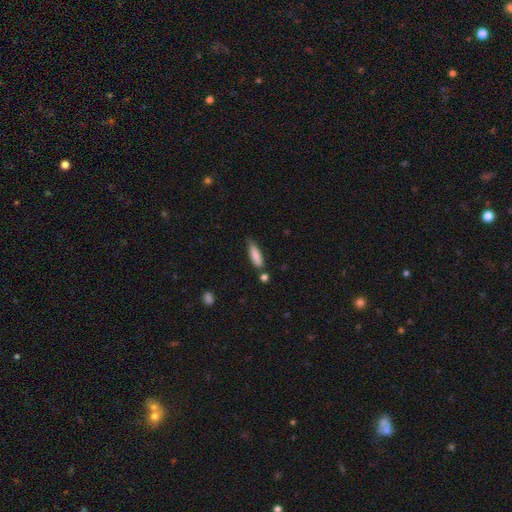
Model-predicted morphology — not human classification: This is clearly a smooth galaxy (84%). How rounded: likely cigar-shaped (63%). Merging: likely none (62%).